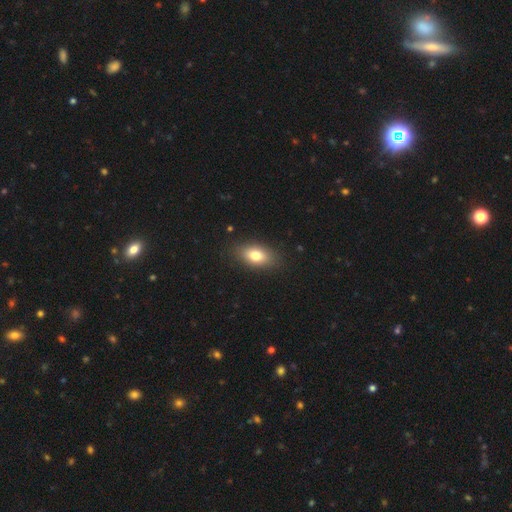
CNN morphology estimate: Q: Smooth or featured?
A: smooth (77%); runner-up: featured or disk (14%)
Q: How rounded?
A: in between (87%); runner-up: round (9%)
Q: Merging?
A: none (86%); runner-up: minor disturbance (10%)